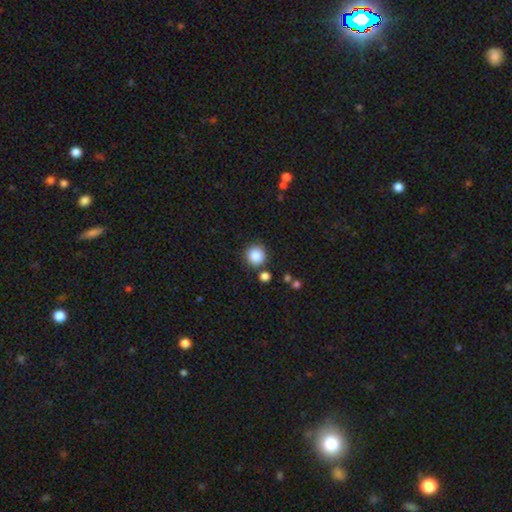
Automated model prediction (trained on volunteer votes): smooth 87%, star or artifact 10%, featured or disk 4%. Down the decision tree: how rounded — round (93%); merging — none (82%).